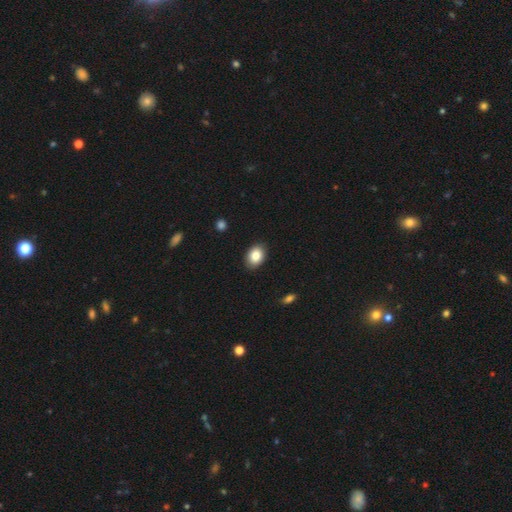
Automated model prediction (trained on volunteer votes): This is clearly a smooth galaxy (84%). How rounded: likely in between (75%). Merging: clearly none (88%).